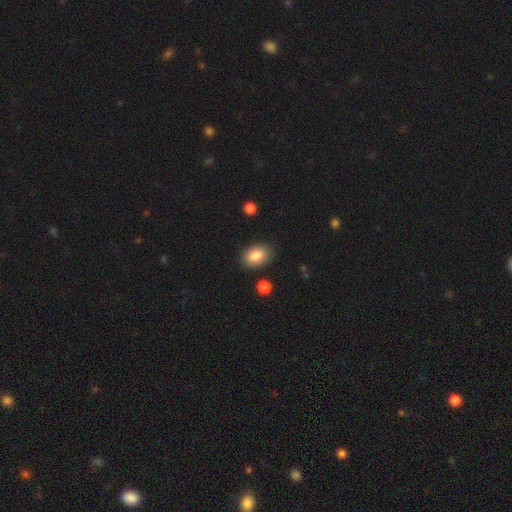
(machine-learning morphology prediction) Q: Smooth or featured?
A: smooth (86%); runner-up: star or artifact (7%)
Q: How rounded?
A: in between (86%); runner-up: round (13%)
Q: Merging?
A: none (84%); runner-up: minor disturbance (11%)